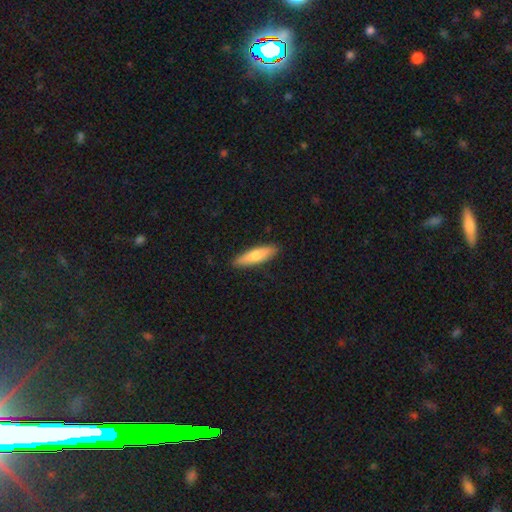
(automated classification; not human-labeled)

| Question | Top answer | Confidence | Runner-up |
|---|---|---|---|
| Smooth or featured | smooth | 72% | featured or disk (23%) |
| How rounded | cigar-shaped | 70% | in between (28%) |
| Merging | none | 89% | minor disturbance (8%) |